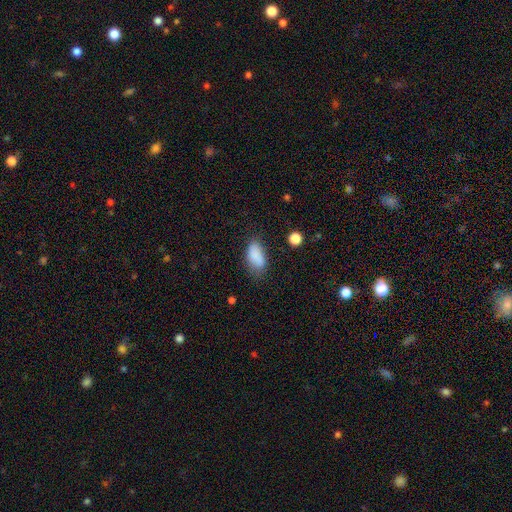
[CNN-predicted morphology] The model was most divided on "merging": none: 62%, minor disturbance: 27%, major disturbance: 8%, merger: 3%. More confident: how rounded — in between (91%); smooth or featured — smooth (85%).